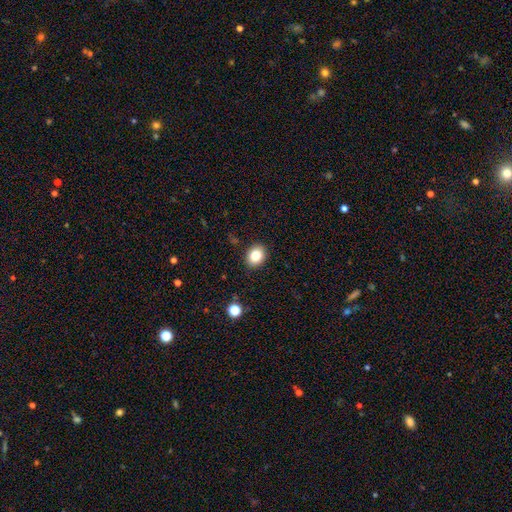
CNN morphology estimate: smooth-or-featured: smooth: 83% | star or artifact: 10% | featured or disk: 7%
  how-rounded: round: 52% | in between: 47% | cigar-shaped: 1%
  merging: none: 89% | minor disturbance: 7% | major disturbance: 2% | merger: 1%